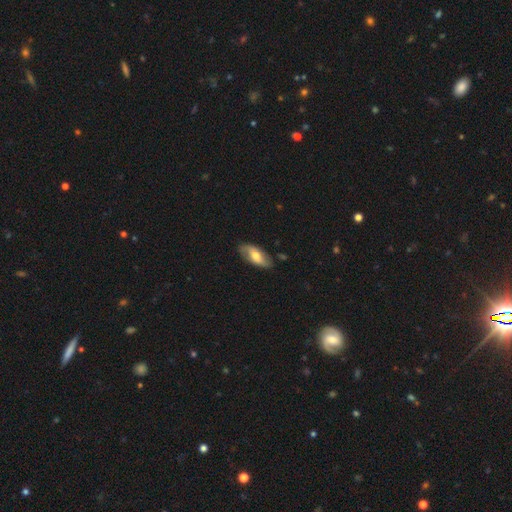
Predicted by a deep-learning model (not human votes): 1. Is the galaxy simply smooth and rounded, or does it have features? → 49% smooth, 45% featured or disk, 6% star or artifact.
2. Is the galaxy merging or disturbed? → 78% none, 17% minor disturbance, 3% major disturbance, 2% merger.